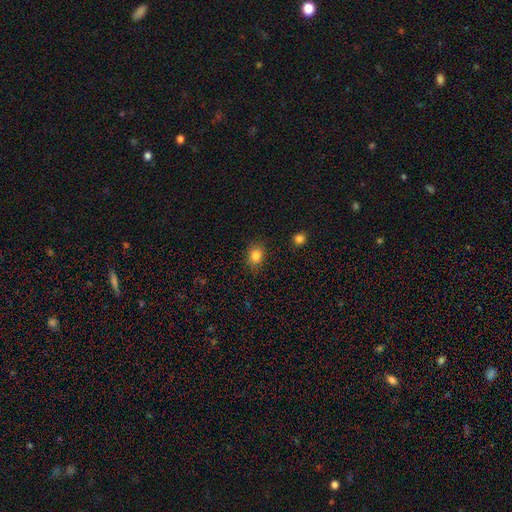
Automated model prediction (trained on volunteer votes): smooth-or-featured: smooth: 83% | star or artifact: 11% | featured or disk: 6%
  how-rounded: in between: 53% | round: 46% | cigar-shaped: 1%
  merging: none: 84% | minor disturbance: 11% | major disturbance: 3% | merger: 1%